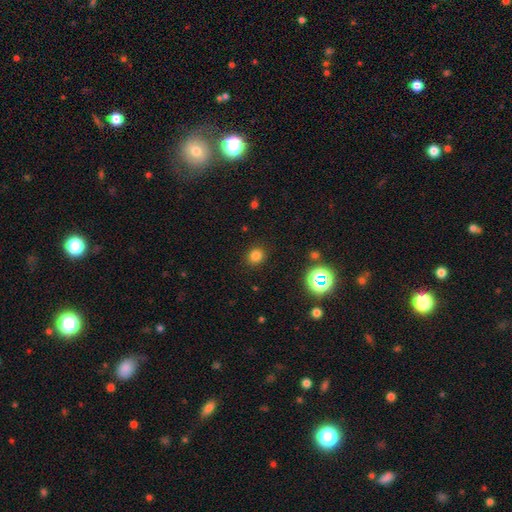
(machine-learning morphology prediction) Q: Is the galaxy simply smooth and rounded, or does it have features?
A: smooth — 79%.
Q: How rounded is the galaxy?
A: round — 81%.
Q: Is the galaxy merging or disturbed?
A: none — 89%.